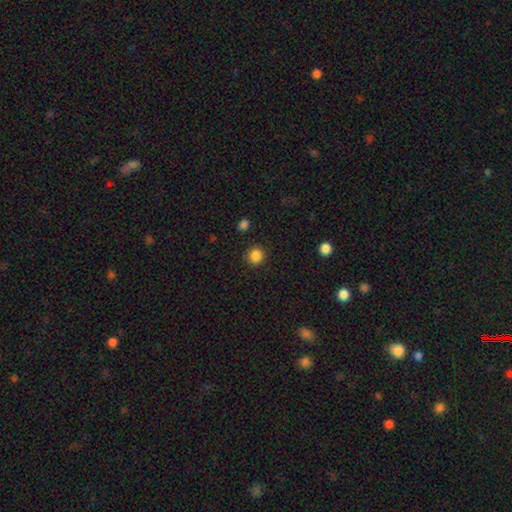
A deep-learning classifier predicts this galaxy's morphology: The model was most divided on "smooth or featured": smooth: 86%, star or artifact: 11%, featured or disk: 3%. More confident: how rounded — round (93%); merging — none (90%).